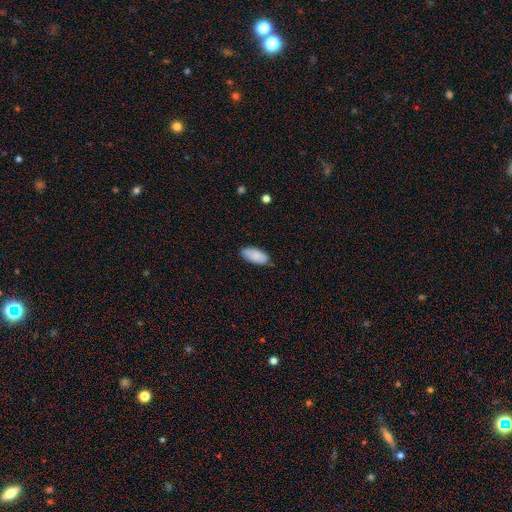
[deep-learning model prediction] Smooth or featured: smooth — 88% (featured or disk — 6%)
How rounded: in between — 91% (cigar-shaped — 7%)
Merging: none — 82% (minor disturbance — 15%)